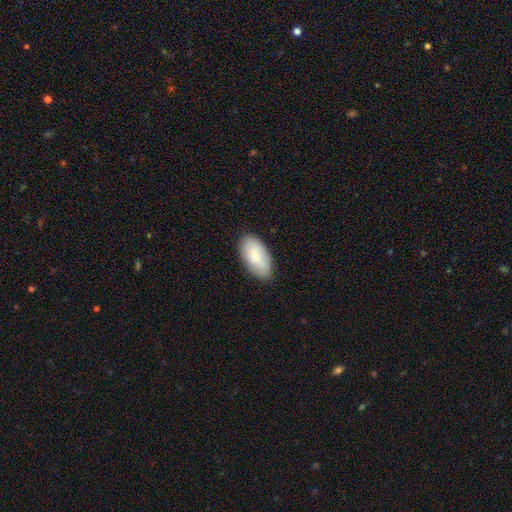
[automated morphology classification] The model was most divided on "smooth or featured": smooth: 78%, featured or disk: 16%, star or artifact: 6%. More confident: how rounded — in between (94%); merging — none (84%).